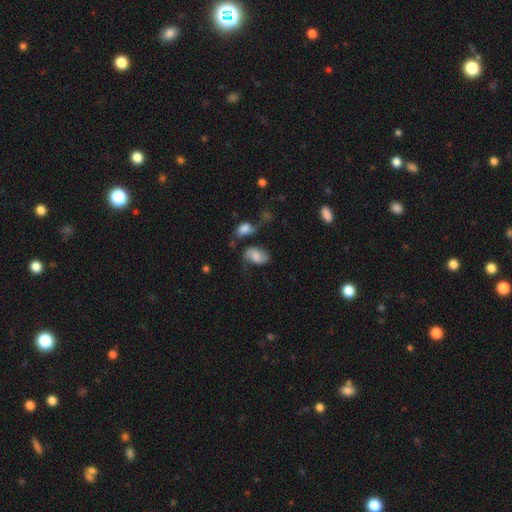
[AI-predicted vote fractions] This appears to be a featured or disk galaxy (46%). Merging: none (41%).